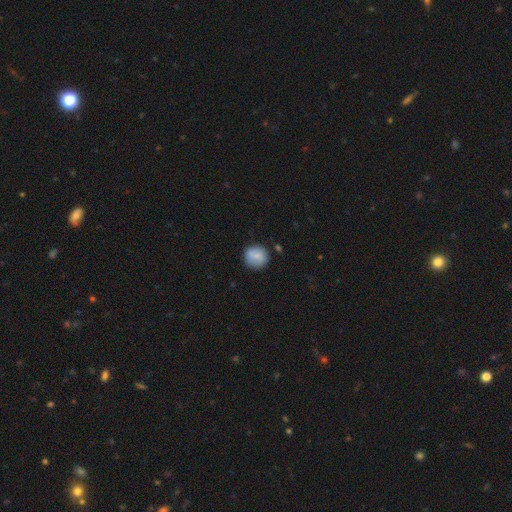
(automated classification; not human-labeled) This appears to be a smooth galaxy with no disk features (81%) that is round (90%). Merging: none (82%).